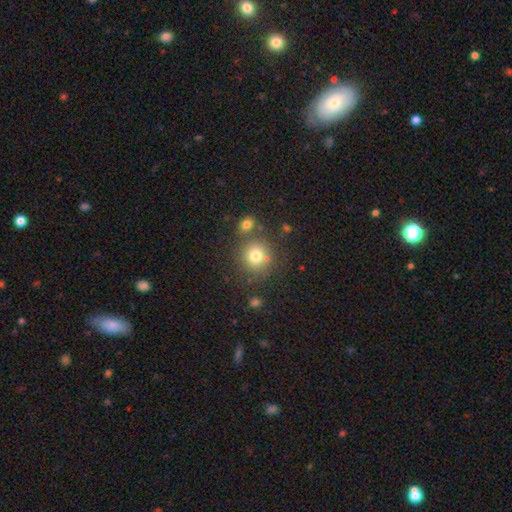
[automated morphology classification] smooth 77%, star or artifact 14%, featured or disk 9%. Down the decision tree: how rounded — round (88%); merging — none (73%).